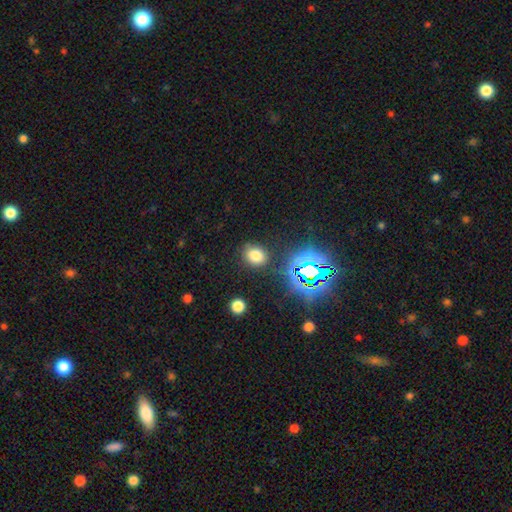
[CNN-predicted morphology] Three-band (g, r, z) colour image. It shows a smooth galaxy with no disk features (72%) that is round (56%). Merging: none (83%).